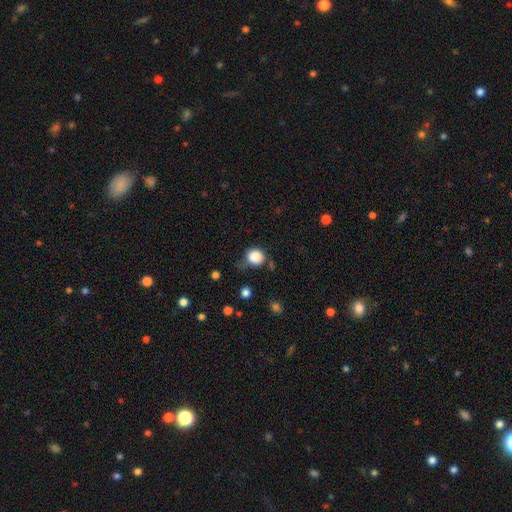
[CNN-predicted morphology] Smooth or featured?
  - smooth: 86% *
  - star or artifact: 9%
  - featured or disk: 5%
How rounded?
  - round: 84% *
  - in between: 15%
  - cigar-shaped: 1%
Merging?
  - none: 53% *
  - minor disturbance: 31%
  - major disturbance: 11%
  - merger: 5%